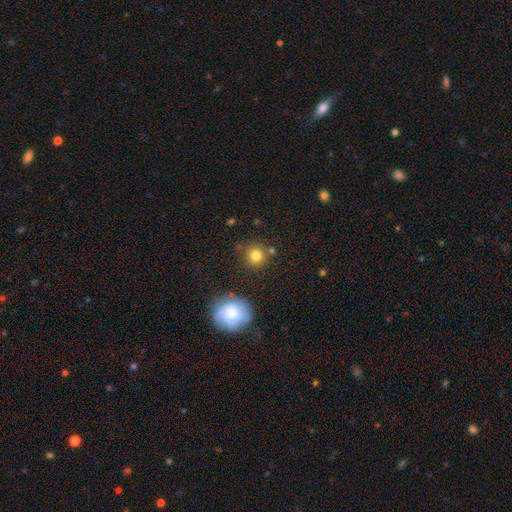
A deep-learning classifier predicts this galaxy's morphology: Smooth or featured? smooth (81%)
How rounded? round (92%)
Merging? none (83%)